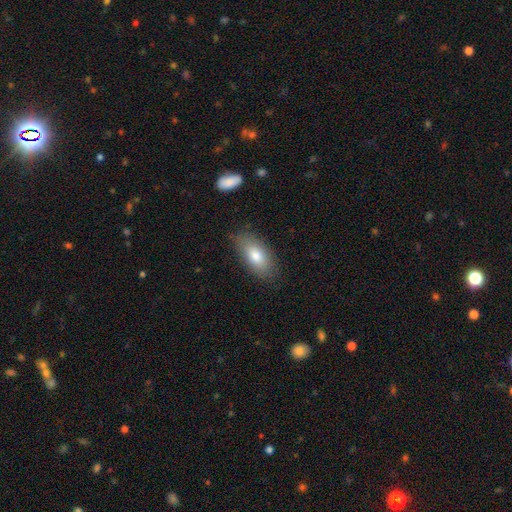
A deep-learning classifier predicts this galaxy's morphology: This appears to be a smooth galaxy with no disk features (79%) that is in between round and cigar-shaped (88%). Merging: none (79%).